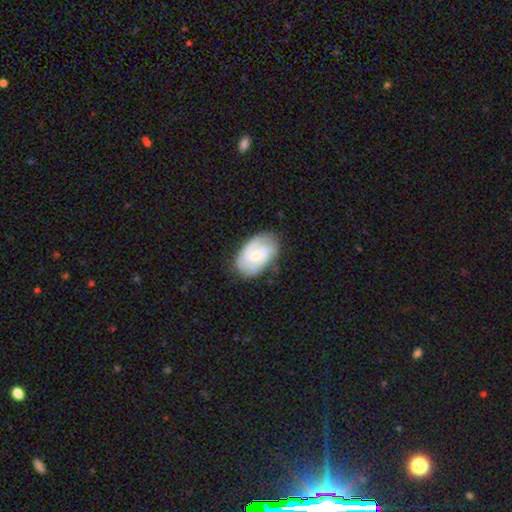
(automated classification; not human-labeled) Smooth or featured? Predicted: featured or disk (p=0.79). Edge-on disk? Predicted: no (p=0.97). Bar? Predicted: no (p=0.63). Spiral arms? Predicted: yes (p=0.94). Spiral winding? Predicted: tight (p=0.56). Spiral arm count? Predicted: 2 (p=0.43). Bulge size? Predicted: moderate (p=0.52). Merging? Predicted: none (p=0.73).